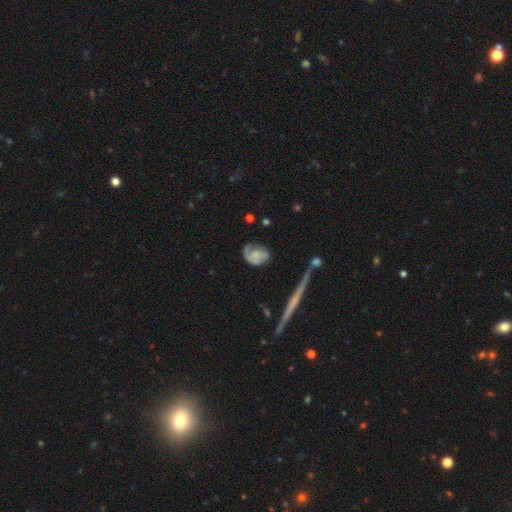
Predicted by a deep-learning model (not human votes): A featured or disk galaxy (57%) with no bar (76%), spiral arms (85%) and no central bulge (44%). Merging: none (55%).